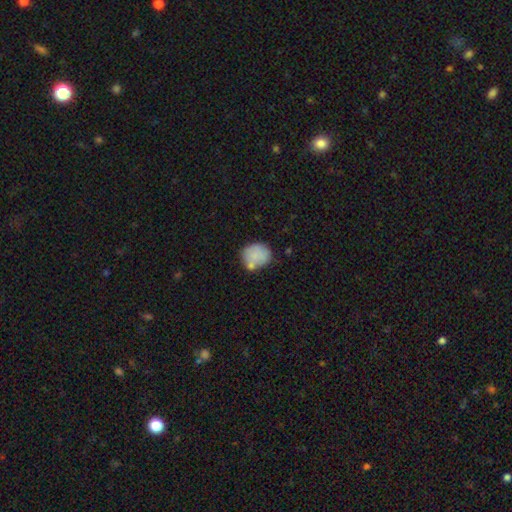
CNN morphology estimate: Smooth or featured? Predicted: smooth (p=0.79). How rounded? Predicted: round (p=0.69). Merging? Predicted: none (p=0.56).